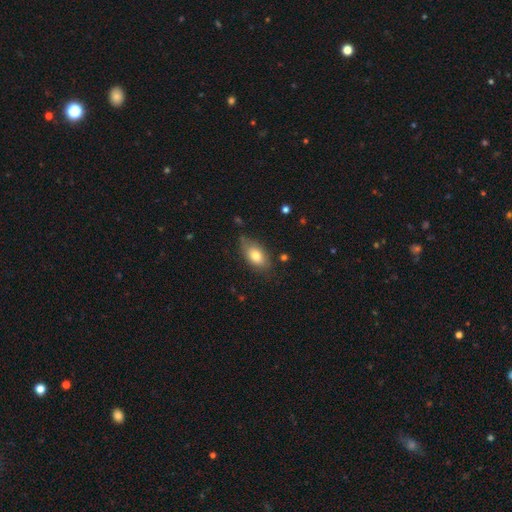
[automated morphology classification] Smooth or featured: smooth — 77% (featured or disk — 16%)
How rounded: in between — 89% (round — 6%)
Merging: none — 70% (minor disturbance — 23%)